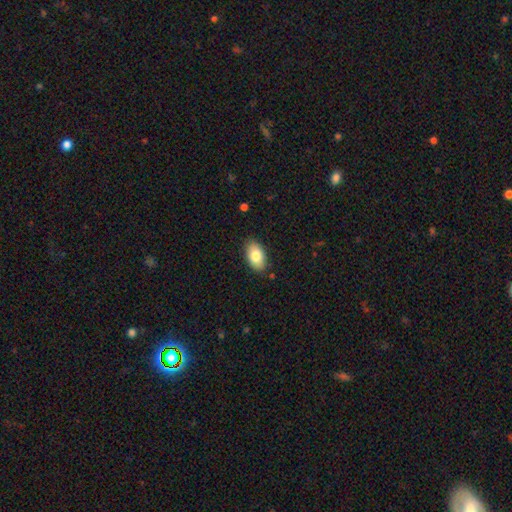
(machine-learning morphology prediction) The model was most divided on "smooth or featured": smooth: 81%, featured or disk: 12%, star or artifact: 7%. More confident: how rounded — in between (93%); merging — none (85%).